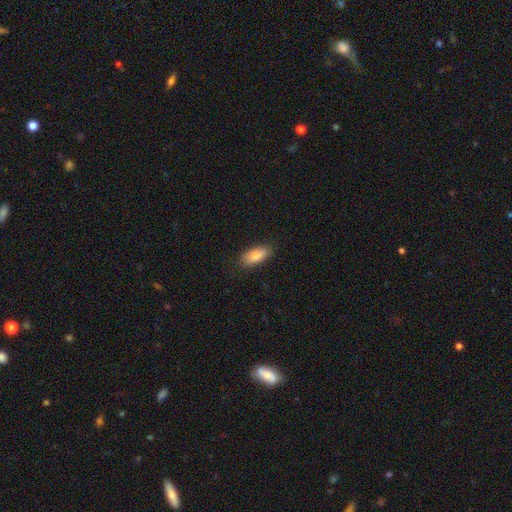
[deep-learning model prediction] A smooth galaxy with no disk features (86%) that is in between round and cigar-shaped (88%). Merging: none (84%).